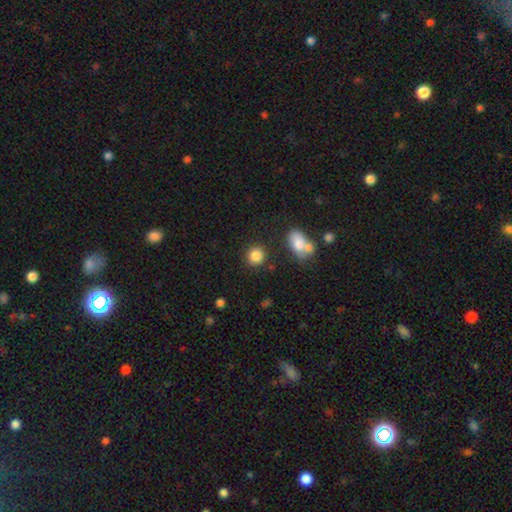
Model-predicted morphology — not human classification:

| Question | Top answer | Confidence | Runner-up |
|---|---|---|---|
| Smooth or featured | smooth | 85% | star or artifact (10%) |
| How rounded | round | 84% | in between (14%) |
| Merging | none | 82% | minor disturbance (9%) |